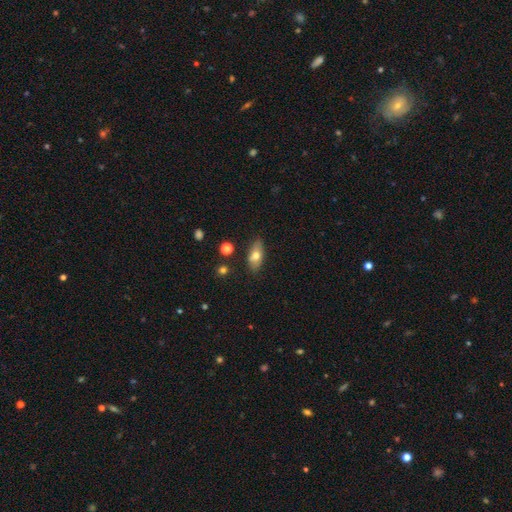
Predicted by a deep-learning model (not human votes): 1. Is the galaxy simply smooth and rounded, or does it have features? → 67% smooth, 25% featured or disk, 8% star or artifact.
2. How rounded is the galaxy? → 82% in between, 13% cigar-shaped, 5% round.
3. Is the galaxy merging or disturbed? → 82% none, 12% minor disturbance, 3% merger, 3% major disturbance.